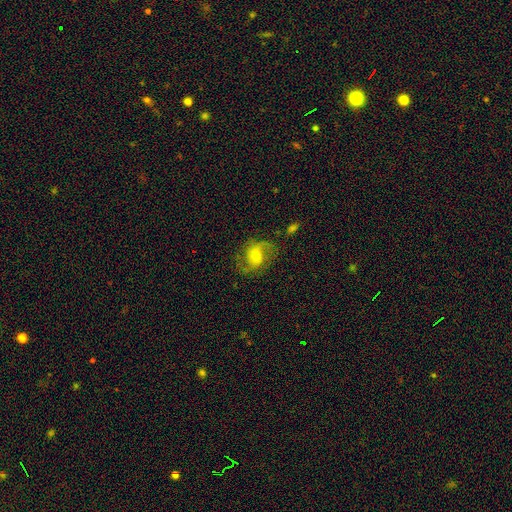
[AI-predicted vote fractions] A featured or disk galaxy (73%) with no bar (49%), 2 (87%) loose (45%) spiral arms (92%) and a moderate central bulge (56%).

Vote fractions:
- Smooth or featured? featured or disk: 73% / smooth: 19% / star or artifact: 8%
- Edge-on disk? no: 97% / yes: 3%
- Bar? no: 49% / weak: 38% / strong: 13%
- Spiral arms? yes: 92% / no: 8%
- Spiral winding? loose: 45% / medium: 43% / tight: 12%
- Spiral arm count? 2: 87% / can't tell: 5% / 1: 4% / 3: 2% / 4: 1% / more than 4: 1%
- Bulge size? moderate: 56% / small: 37% / large: 4% / none: 1% / dominant: 1%
- Merging? none: 70% / minor disturbance: 18% / major disturbance: 10% / merger: 2%